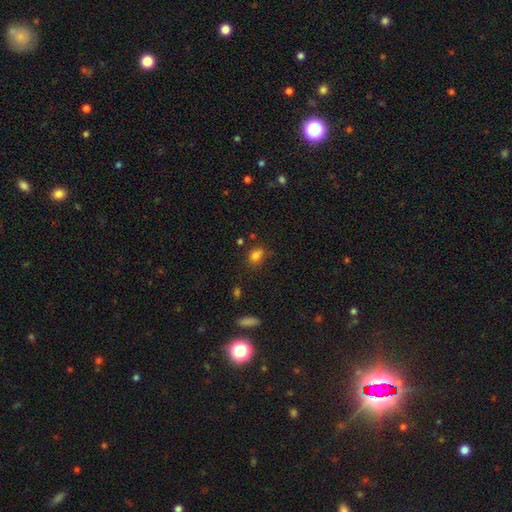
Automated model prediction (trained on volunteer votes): Overall: smooth (79%). How rounded: in between (56%; round 42%). Merging: none (64%).